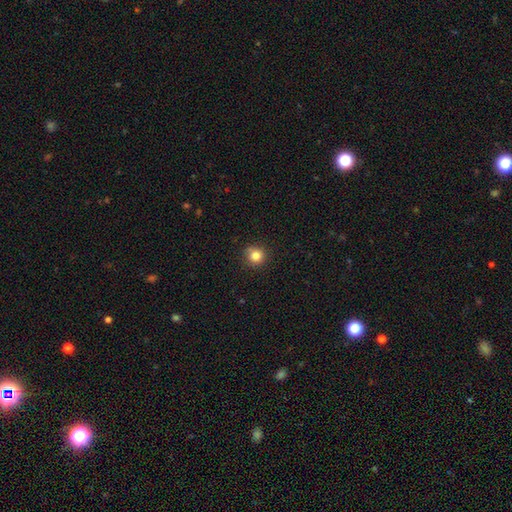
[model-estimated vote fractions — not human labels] Smooth or featured? Predicted: smooth (p=0.83). How rounded? Predicted: round (p=0.93). Merging? Predicted: none (p=0.85).